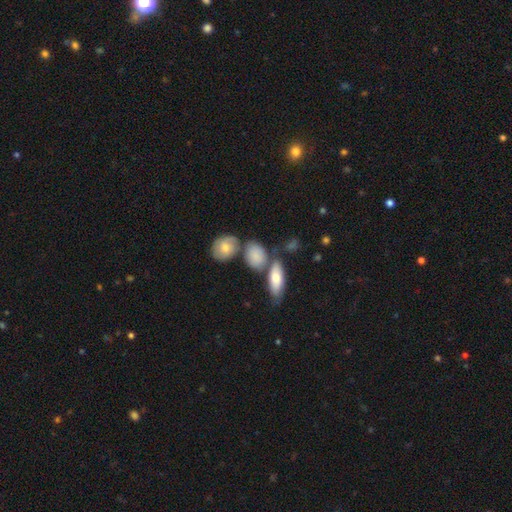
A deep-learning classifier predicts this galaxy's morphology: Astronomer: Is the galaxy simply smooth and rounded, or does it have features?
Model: smooth — 79%.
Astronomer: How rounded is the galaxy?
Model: in between — 68%.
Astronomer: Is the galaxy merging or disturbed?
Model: none — 53%.